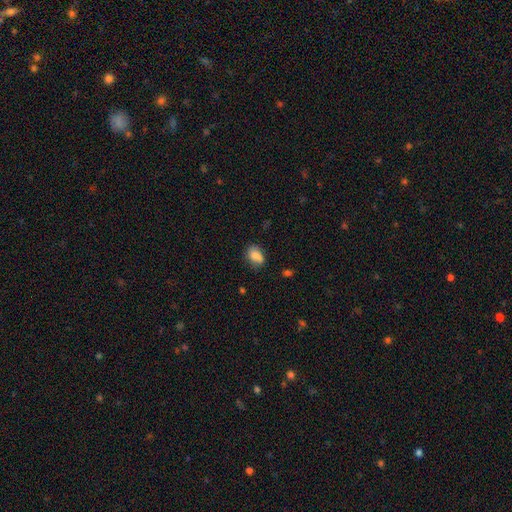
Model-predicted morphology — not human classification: Q: Smooth or featured?
A: smooth (81%); runner-up: featured or disk (10%)
Q: How rounded?
A: in between (73%); runner-up: round (25%)
Q: Merging?
A: none (58%); runner-up: minor disturbance (26%)